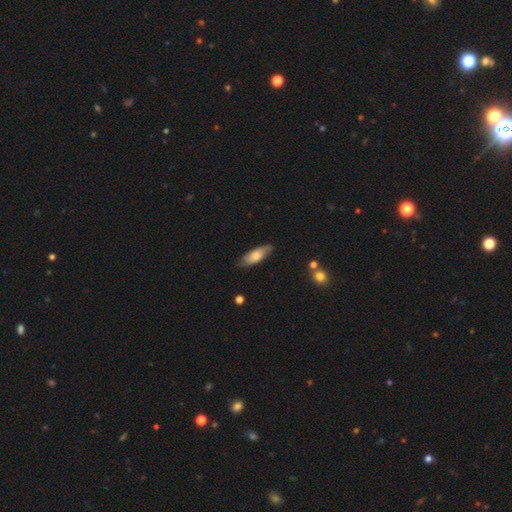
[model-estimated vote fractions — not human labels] This appears to be a smooth galaxy with no disk features (56%) that is in between round and cigar-shaped (68%). Merging: none (75%).